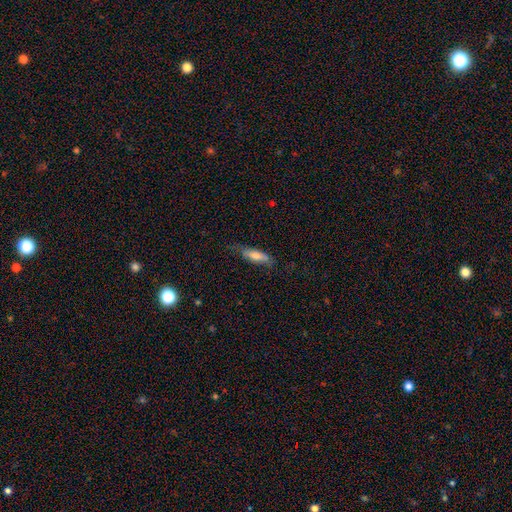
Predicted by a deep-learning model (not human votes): smooth-or-featured: smooth: 65% | featured or disk: 28% | star or artifact: 7%
  how-rounded: cigar-shaped: 59% | in between: 40% | round: 2%
  merging: none: 60% | minor disturbance: 28% | major disturbance: 10% | merger: 2%